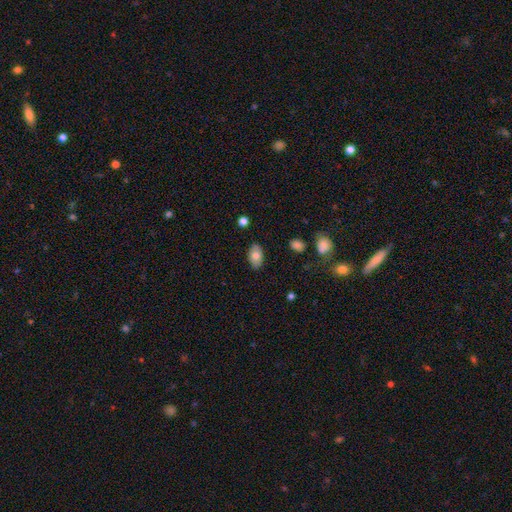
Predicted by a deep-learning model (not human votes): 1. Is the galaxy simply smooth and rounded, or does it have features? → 75% smooth, 18% featured or disk, 7% star or artifact.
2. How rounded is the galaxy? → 93% in between, 6% round, 2% cigar-shaped.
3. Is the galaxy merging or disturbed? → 86% none, 11% minor disturbance, 2% major disturbance, 1% merger.